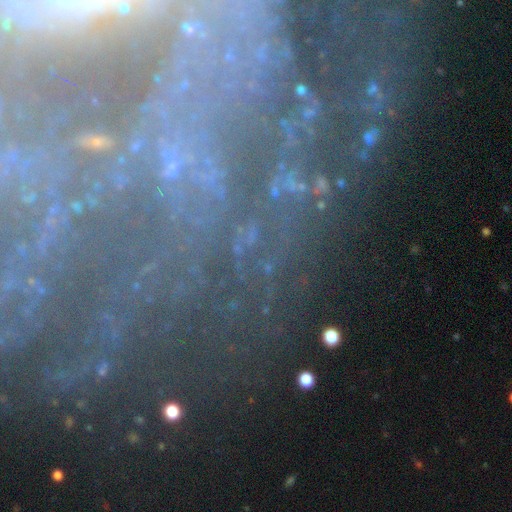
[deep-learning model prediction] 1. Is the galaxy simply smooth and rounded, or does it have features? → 60% featured or disk, 27% star or artifact, 12% smooth.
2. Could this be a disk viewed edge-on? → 91% no, 9% yes.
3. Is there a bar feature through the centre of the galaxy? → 50% no, 26% weak, 24% strong.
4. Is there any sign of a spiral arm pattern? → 86% yes, 14% no.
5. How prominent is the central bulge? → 59% small, 21% moderate, 12% none, 5% large, 4% dominant.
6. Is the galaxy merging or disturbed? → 71% none, 14% minor disturbance, 11% major disturbance, 4% merger.